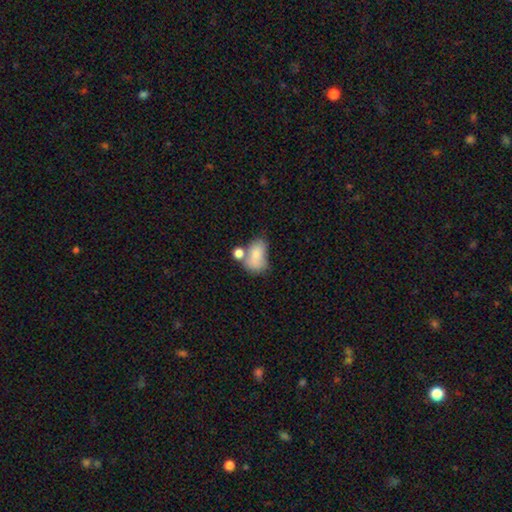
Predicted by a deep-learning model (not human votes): A smooth galaxy with no disk features (77%) that is in between round and cigar-shaped (85%). Merging: merger (37%).